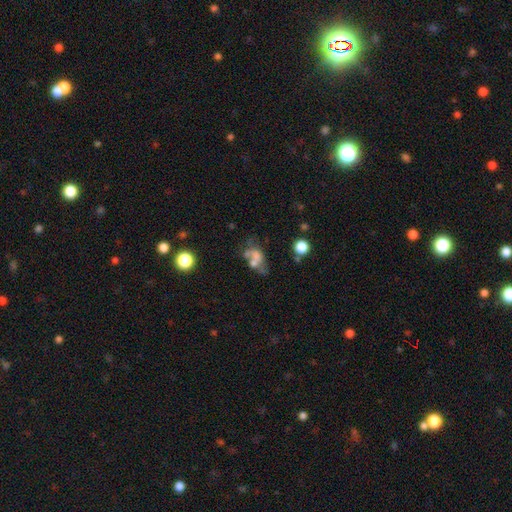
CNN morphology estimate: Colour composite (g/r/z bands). It shows a smooth galaxy with no disk features (46%). Merging: merger (42%).